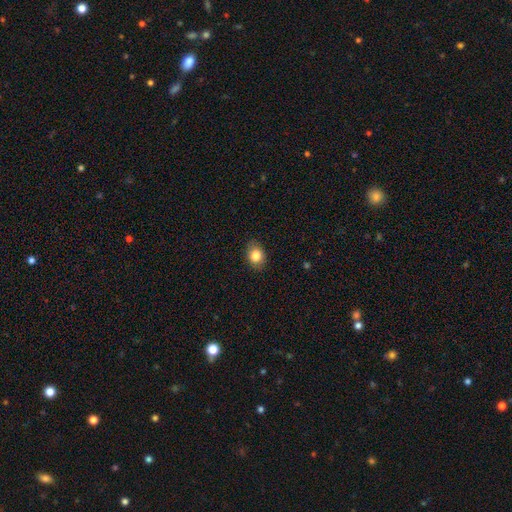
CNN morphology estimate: smooth_or_featured: smooth (p=0.85) [alt: star or artifact p=0.09]
how_rounded: in between (p=0.58) [alt: round p=0.41]
merging: none (p=0.85) [alt: minor disturbance p=0.12]